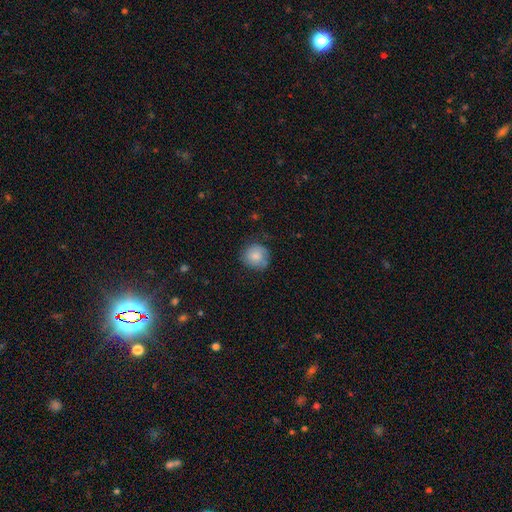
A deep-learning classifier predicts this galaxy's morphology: smooth 83%, featured or disk 9%, star or artifact 8%. Down the decision tree: how rounded — round (89%); merging — none (75%).